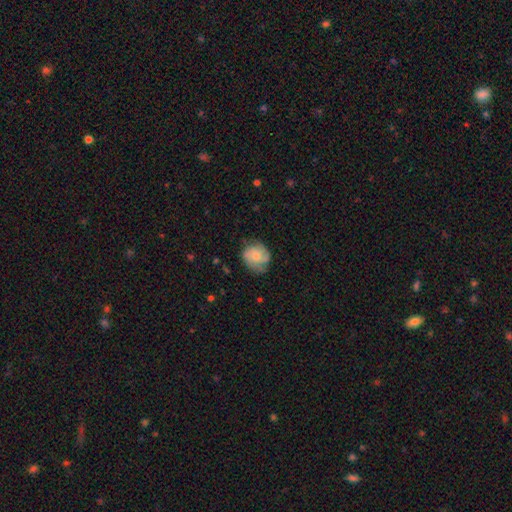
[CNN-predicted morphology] Smooth or featured: smooth — 48% (featured or disk — 45%)
Merging: none — 67% (minor disturbance — 24%)